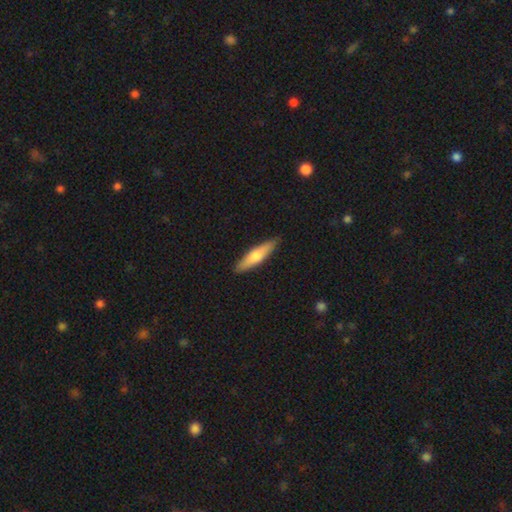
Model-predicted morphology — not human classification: Smooth or featured?
  - smooth: 61% *
  - featured or disk: 34%
  - star or artifact: 5%
How rounded?
  - cigar-shaped: 76% *
  - in between: 22%
  - round: 2%
Merging?
  - none: 89% *
  - minor disturbance: 8%
  - major disturbance: 2%
  - merger: 1%